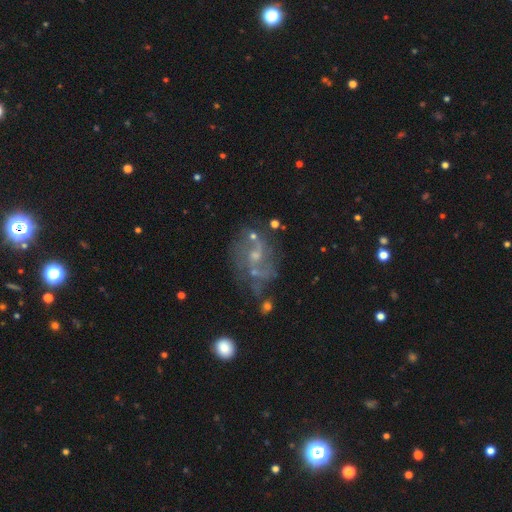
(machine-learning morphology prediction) Q: Smooth or featured?
A: featured or disk (72%); runner-up: smooth (14%)
Q: Edge-on disk?
A: no (97%); runner-up: yes (3%)
Q: Bar?
A: no (58%); runner-up: weak (35%)
Q: Spiral arms?
A: yes (75%); runner-up: no (25%)
Q: Spiral winding?
A: loose (44%); runner-up: medium (40%)
Q: Spiral arm count?
A: 2 (54%); runner-up: can't tell (25%)
Q: Bulge size?
A: small (58%); runner-up: moderate (28%)
Q: Merging?
A: none (49%); runner-up: major disturbance (20%)